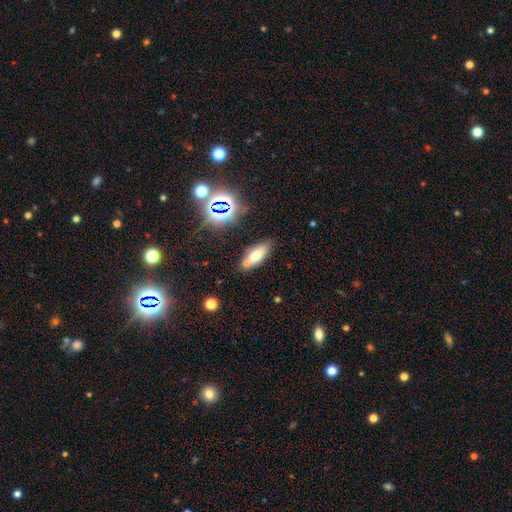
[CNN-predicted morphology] smooth 64%, featured or disk 21%, star or artifact 14%. Down the decision tree: how rounded — in between (72%); merging — none (66%).